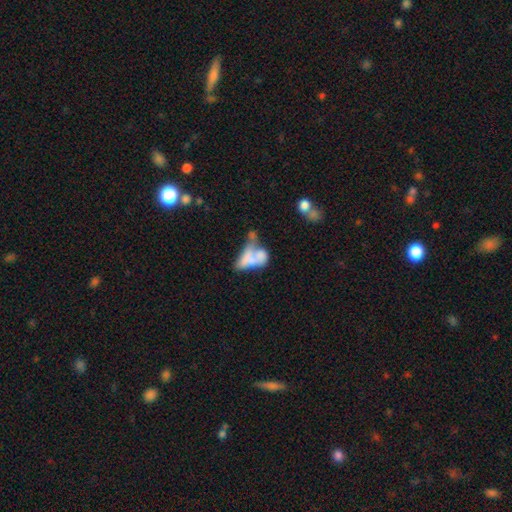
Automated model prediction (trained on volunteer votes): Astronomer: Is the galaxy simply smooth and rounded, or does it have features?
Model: smooth — 49% (runner-up: featured or disk, 39%).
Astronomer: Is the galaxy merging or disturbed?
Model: merger — 55%.